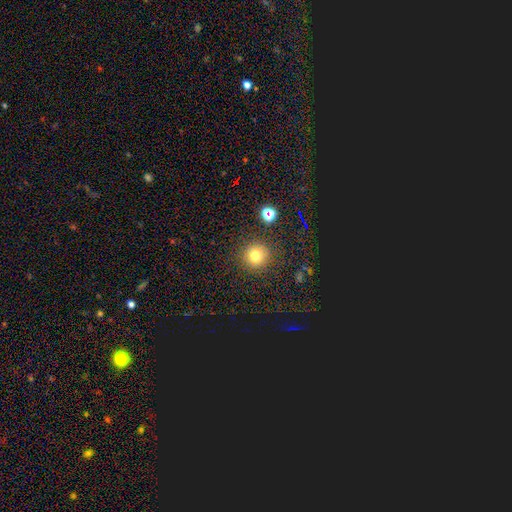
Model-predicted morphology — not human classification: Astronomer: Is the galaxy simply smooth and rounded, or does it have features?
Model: smooth — 74%.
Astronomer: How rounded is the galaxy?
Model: round — 93%.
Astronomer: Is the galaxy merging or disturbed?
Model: none — 87%.